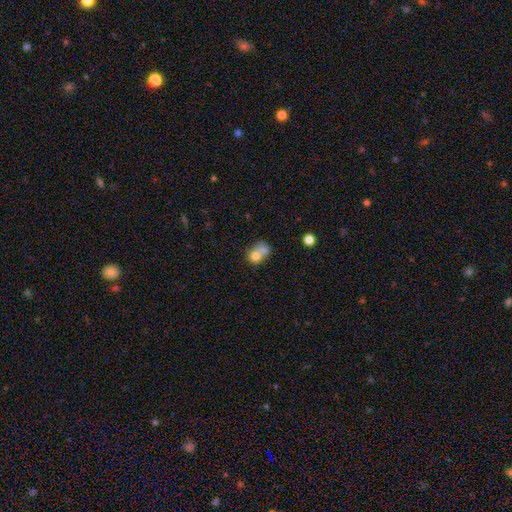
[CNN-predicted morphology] smooth-or-featured: smooth: 71% | featured or disk: 18% | star or artifact: 10%
  how-rounded: round: 66% | in between: 33% | cigar-shaped: 1%
  merging: merger: 63% | none: 25% | minor disturbance: 8% | major disturbance: 4%